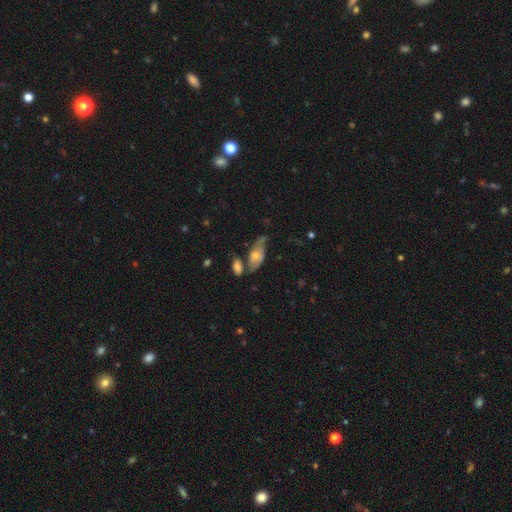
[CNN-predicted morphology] The model was most divided on "merging": none: 42%, minor disturbance: 26%, merger: 17%, major disturbance: 15%. More confident: edge-on disk — no (84%); smooth or featured — featured or disk (56%).